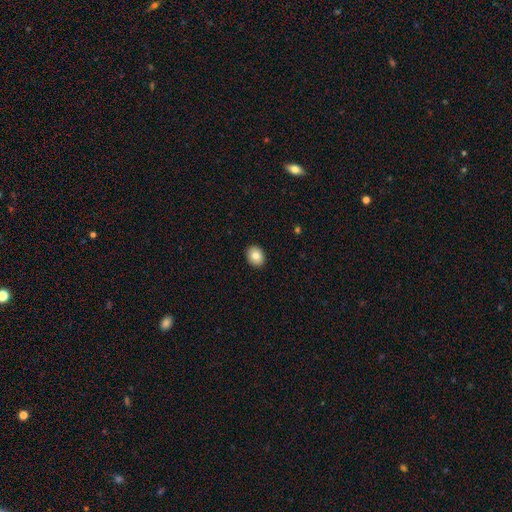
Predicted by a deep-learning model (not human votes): A smooth galaxy with no disk features (82%) that is in between round and cigar-shaped (51%). Merging: none (91%).